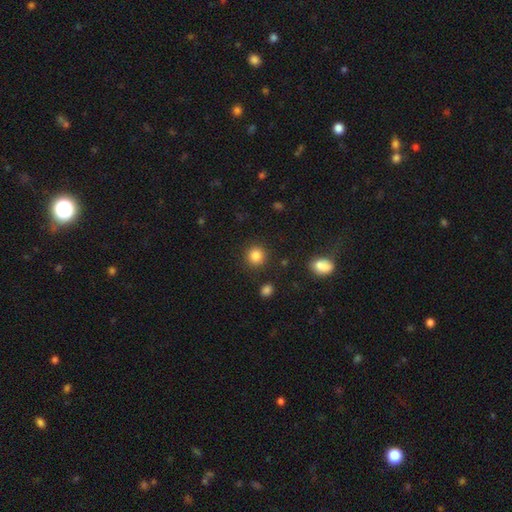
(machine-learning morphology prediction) The model was most divided on "smooth or featured": smooth: 85%, star or artifact: 10%, featured or disk: 4%. More confident: how rounded — round (92%); merging — none (89%).